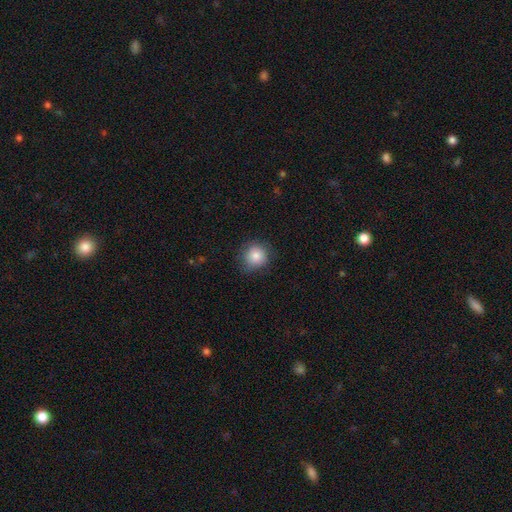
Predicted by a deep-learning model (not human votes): Smooth or featured: smooth — 84% (star or artifact — 9%)
How rounded: round — 89% (in between — 10%)
Merging: none — 82% (minor disturbance — 14%)